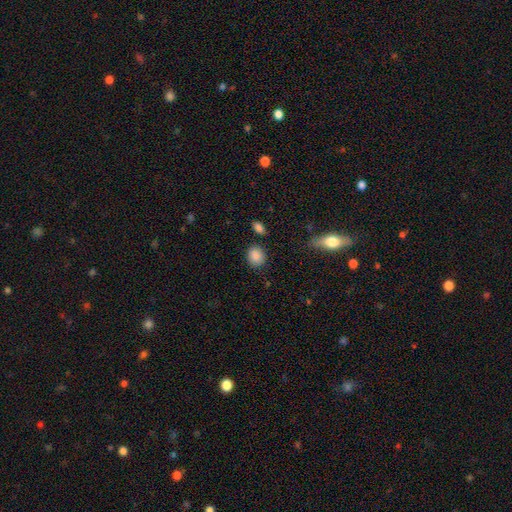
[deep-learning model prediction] smooth_or_featured: smooth (p=0.88) [alt: star or artifact p=0.09]
how_rounded: round (p=0.71) [alt: in between p=0.28]
merging: none (p=0.83) [alt: minor disturbance p=0.10]